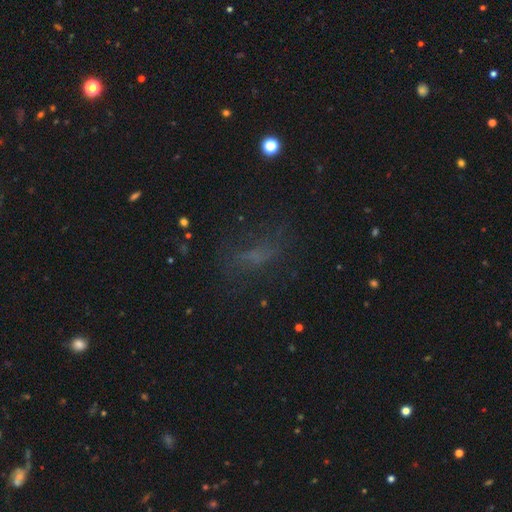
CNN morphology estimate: Overall: smooth (43%; star or artifact 31%). Merging: none (59%; major disturbance 19%).